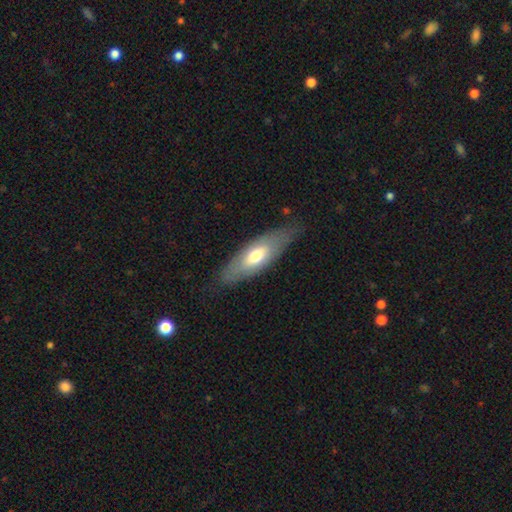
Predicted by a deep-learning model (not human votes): Smooth or featured? Predicted: smooth (p=0.58). How rounded? Predicted: in between (p=0.67). Merging? Predicted: none (p=0.76).